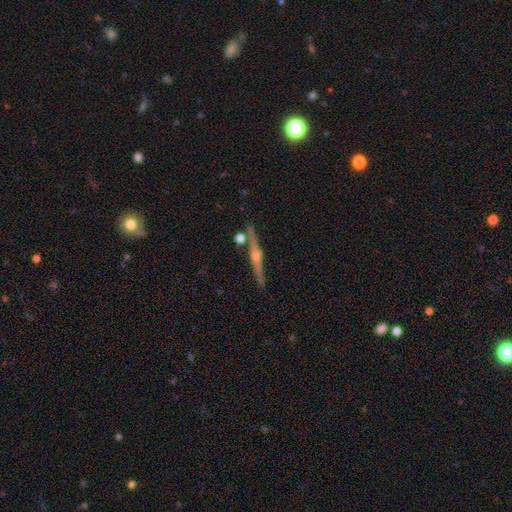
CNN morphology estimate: smooth_or_featured: featured or disk (p=0.84) [alt: smooth p=0.10]
disk_edge_on: yes (p=0.98) [alt: no p=0.02]
edge_on_bulge: rounded (p=0.87) [alt: boxy p=0.07]
merging: none (p=0.86) [alt: minor disturbance p=0.08]